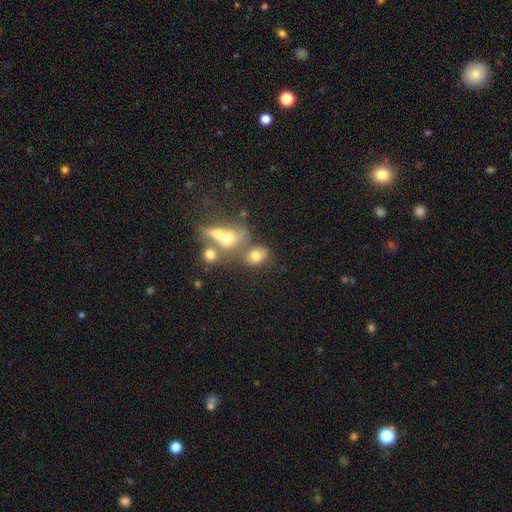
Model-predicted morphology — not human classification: A smooth galaxy with no disk features (68%) that is in between round and cigar-shaped (52%). Merging: none (43%).